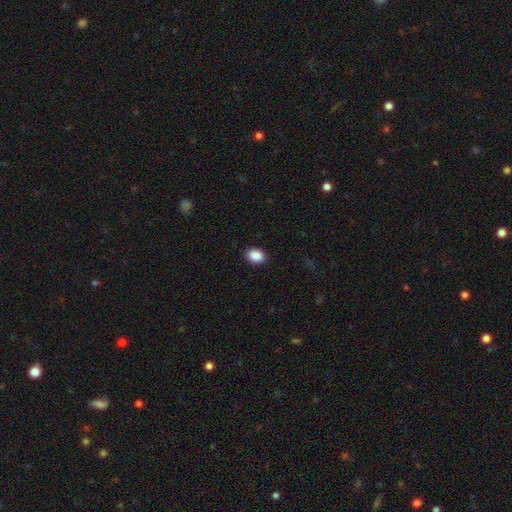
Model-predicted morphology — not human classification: type=smooth (90%); roundness=in between (70%); merging=none (90%).